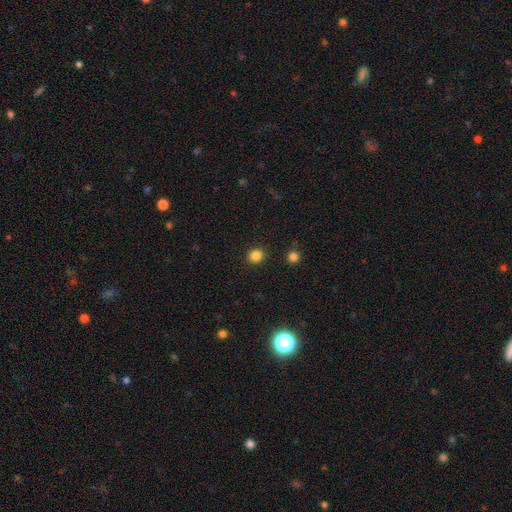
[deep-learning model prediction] Smooth or featured: smooth — 84% (star or artifact — 13%)
How rounded: round — 89% (in between — 10%)
Merging: none — 92% (minor disturbance — 5%)